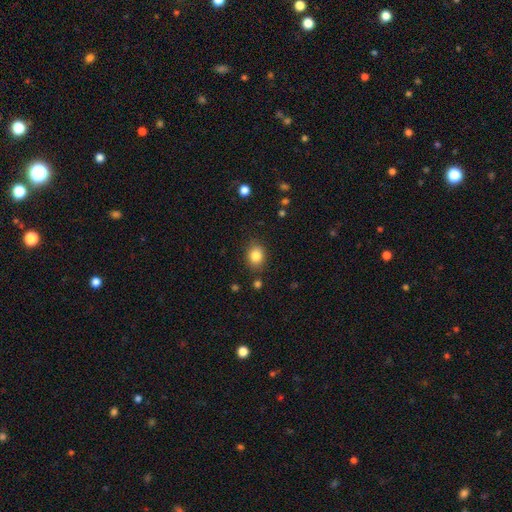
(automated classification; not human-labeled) The model was most divided on "how rounded": round: 51%, in between: 48%, cigar-shaped: 1%. More confident: merging — none (84%); smooth or featured — smooth (83%).